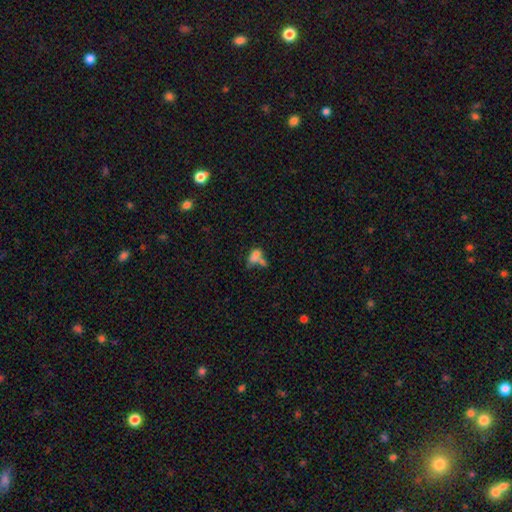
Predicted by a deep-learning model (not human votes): Smooth or featured?
  - smooth: 62% *
  - featured or disk: 23%
  - star or artifact: 15%
How rounded?
  - in between: 76% *
  - round: 13%
  - cigar-shaped: 11%
Merging?
  - merger: 49% *
  - none: 23%
  - major disturbance: 16%
  - minor disturbance: 12%